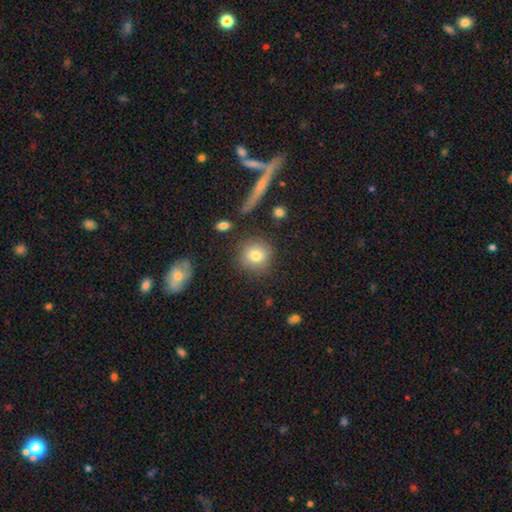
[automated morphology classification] Overall: smooth (79%). How rounded: round (90%). Merging: none (85%).